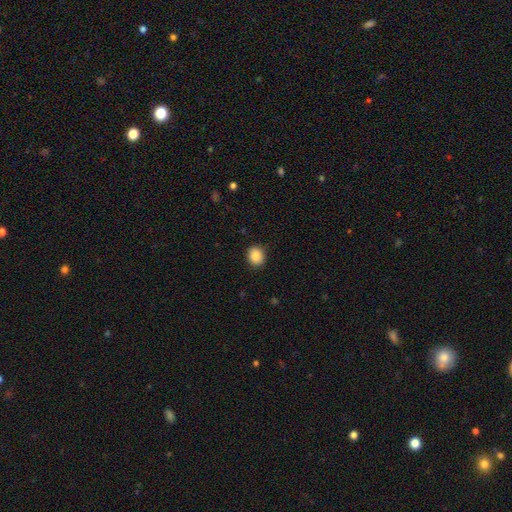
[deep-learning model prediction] A smooth galaxy with no disk features (87%) that is round (74%).

Vote fractions:
- Smooth or featured? smooth: 87% / star or artifact: 9% / featured or disk: 4%
- How rounded? round: 74% / in between: 25% / cigar-shaped: 1%
- Merging? none: 90% / minor disturbance: 7% / major disturbance: 2% / merger: 1%